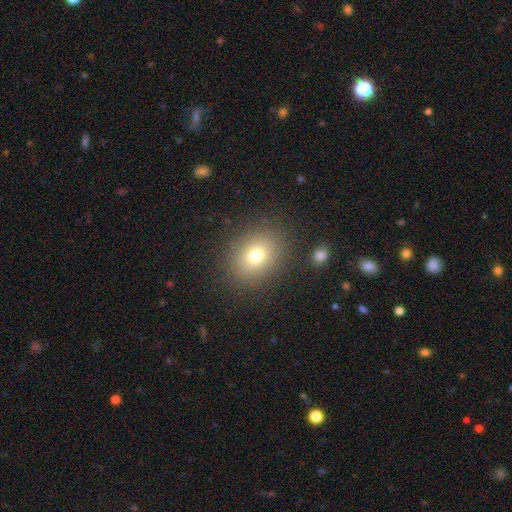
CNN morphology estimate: Smooth or featured? Predicted: smooth (p=0.74). How rounded? Predicted: in between (p=0.54). Merging? Predicted: none (p=0.86).